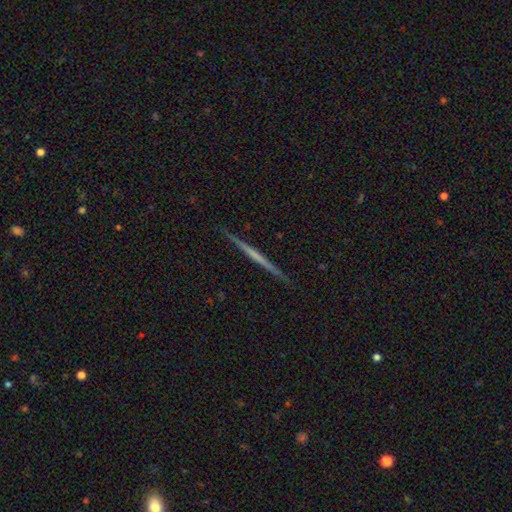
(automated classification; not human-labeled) This is likely a featured or disk galaxy (64%). It is clearly viewed edge-on (98%). Edge-on bulge: clearly none (85%). Merging: clearly none (92%).